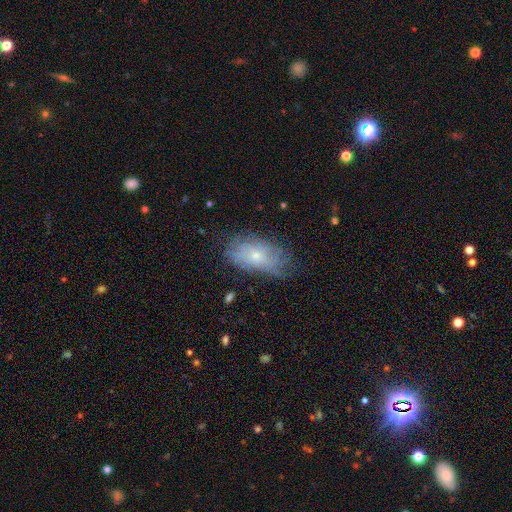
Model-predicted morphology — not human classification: This appears to be a featured or disk galaxy (47%). Merging: none (61%).